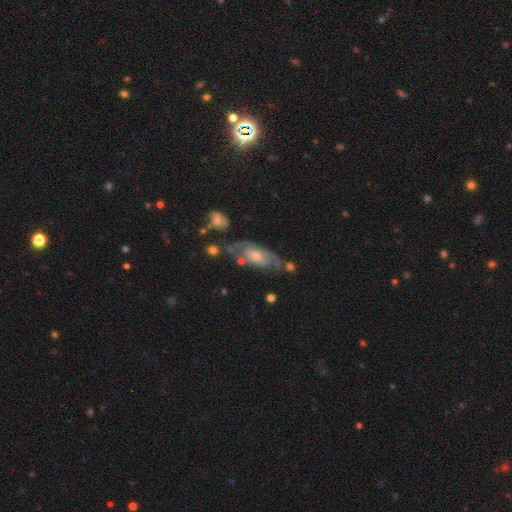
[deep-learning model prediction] A featured or disk galaxy (78%) with no bar (63%), 2 (49%) tight (55%) spiral arms (86%) and a moderate central bulge (49%). Merging: none (56%).